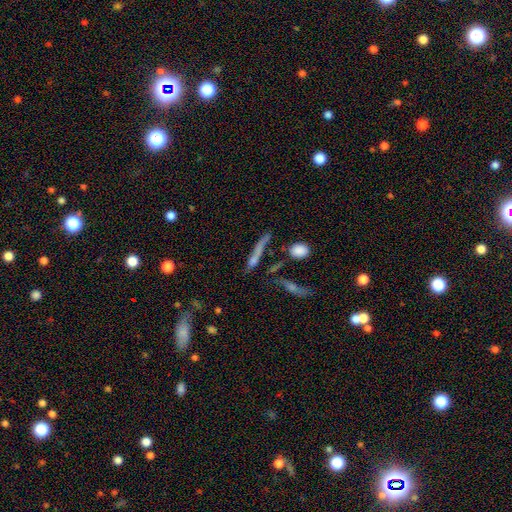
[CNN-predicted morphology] The model was most divided on "smooth or featured": smooth: 49%, featured or disk: 37%, star or artifact: 14%. More confident: merging — none (52%).